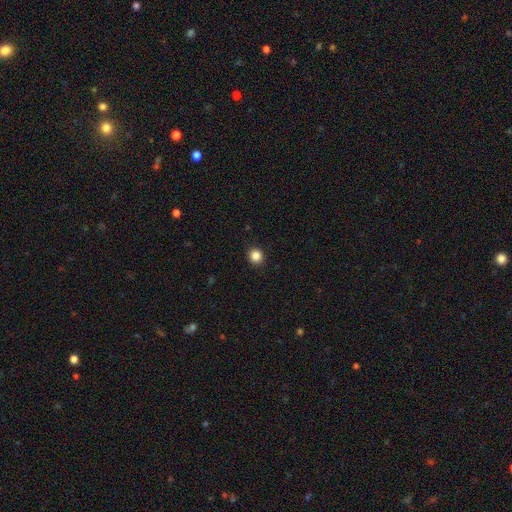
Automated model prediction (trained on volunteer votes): The model was most divided on "smooth or featured": smooth: 86%, star or artifact: 11%, featured or disk: 3%. More confident: merging — none (92%); how rounded — round (89%).